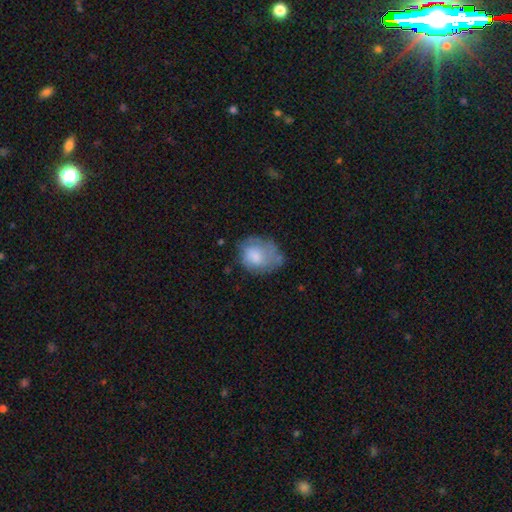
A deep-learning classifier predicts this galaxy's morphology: A smooth galaxy with no disk features (67%) that is in between round and cigar-shaped (53%). Merging: none (43%).